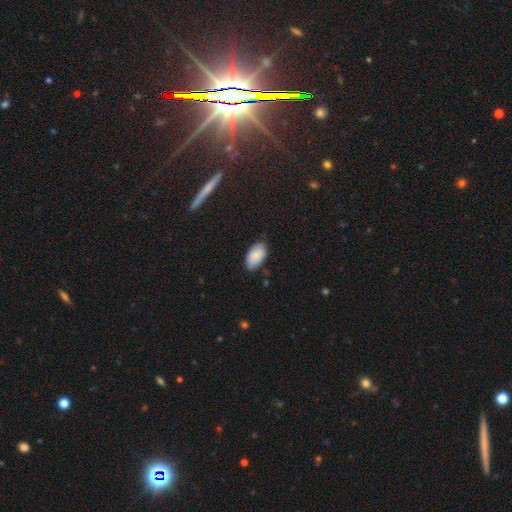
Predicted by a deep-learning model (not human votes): Morphology: type=smooth (88%); roundness=in between (95%); merging=none (78%).